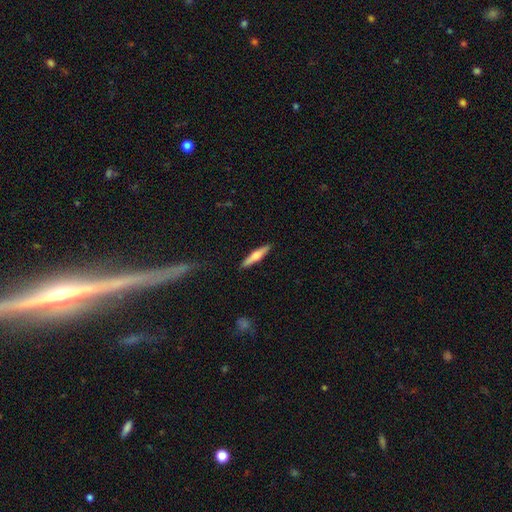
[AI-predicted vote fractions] A smooth galaxy with no disk features (57%) that is cigar-shaped (86%).

Vote fractions:
- Smooth or featured? smooth: 57% / featured or disk: 38% / star or artifact: 6%
- How rounded? cigar-shaped: 86% / in between: 12% / round: 2%
- Merging? none: 89% / minor disturbance: 8% / major disturbance: 2% / merger: 1%